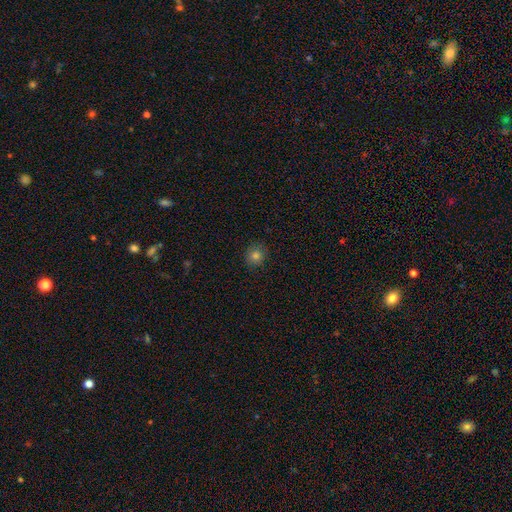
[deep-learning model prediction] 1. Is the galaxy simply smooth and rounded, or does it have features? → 80% smooth, 14% star or artifact, 6% featured or disk.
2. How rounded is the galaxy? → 87% round, 12% in between, 1% cigar-shaped.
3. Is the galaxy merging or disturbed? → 90% none, 8% minor disturbance, 2% major disturbance, 1% merger.